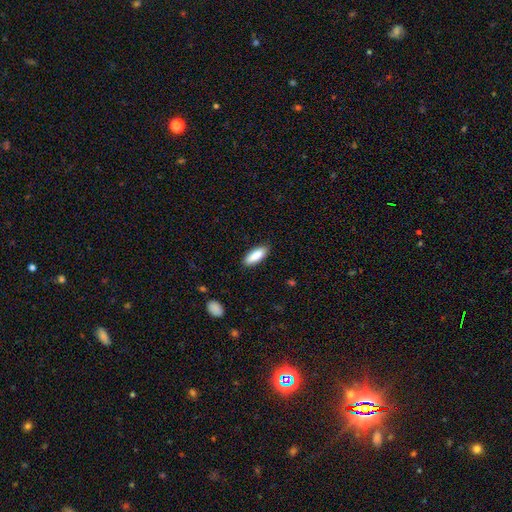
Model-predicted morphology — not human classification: Overall: smooth (88%). How rounded: in between (71%). Merging: none (86%).